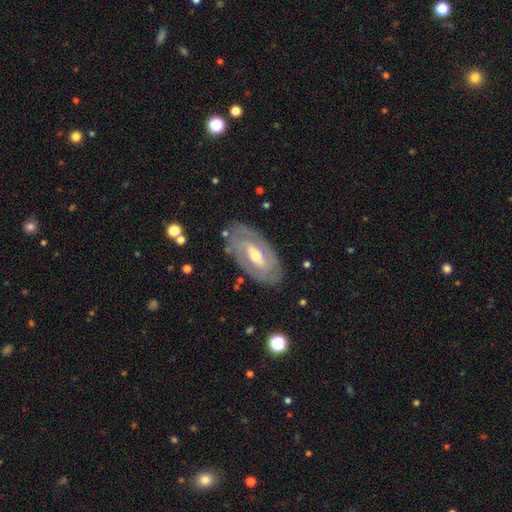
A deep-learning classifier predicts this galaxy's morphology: smooth-or-featured: featured or disk: 74% | smooth: 20% | star or artifact: 5%
  disk-edge-on: no: 90% | yes: 10%
    bar: weak: 40% | no: 32% | strong: 28%
    has-spiral-arms: yes: 64% | no: 36%
    bulge-size: moderate: 60% | small: 33% | large: 5% | none: 1% | dominant: 1%
  merging: none: 80% | minor disturbance: 14% | major disturbance: 5% | merger: 1%